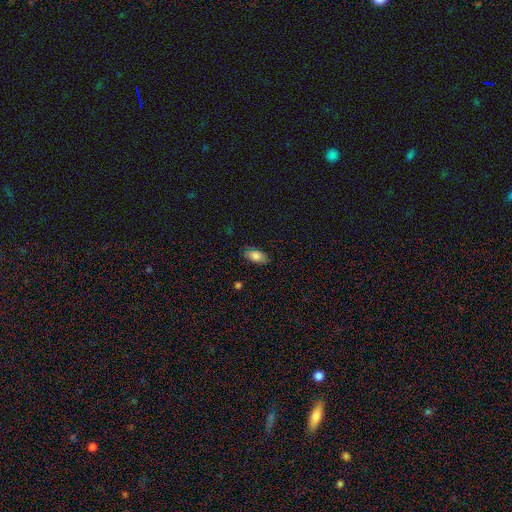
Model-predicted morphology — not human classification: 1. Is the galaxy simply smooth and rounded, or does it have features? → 81% smooth, 11% featured or disk, 8% star or artifact.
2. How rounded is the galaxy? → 91% in between, 5% cigar-shaped, 4% round.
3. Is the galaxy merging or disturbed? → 82% none, 14% minor disturbance, 3% major disturbance, 1% merger.